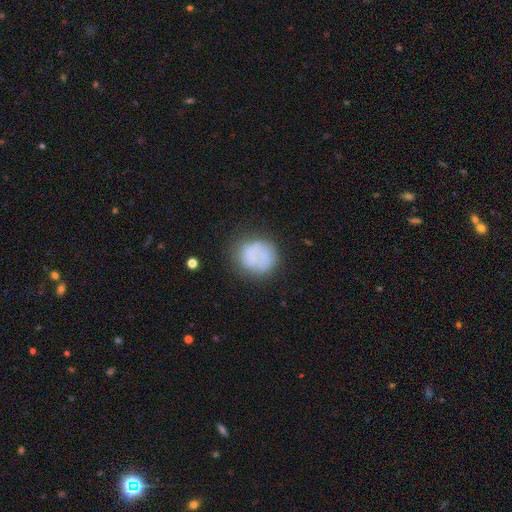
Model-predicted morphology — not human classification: A smooth galaxy with no disk features (66%) that is round (86%). Merging: none (60%).